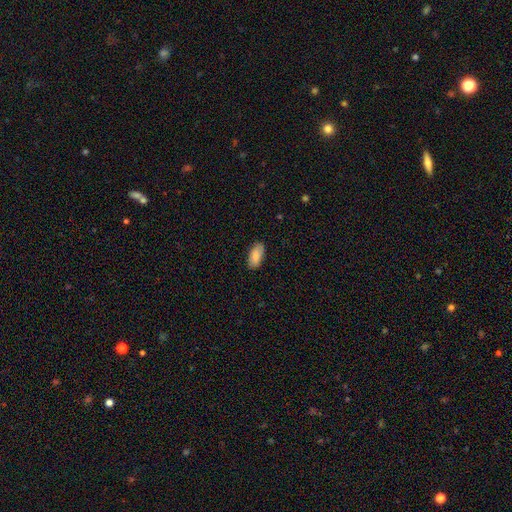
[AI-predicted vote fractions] Overall: smooth (85%). How rounded: in between (92%). Merging: none (86%).